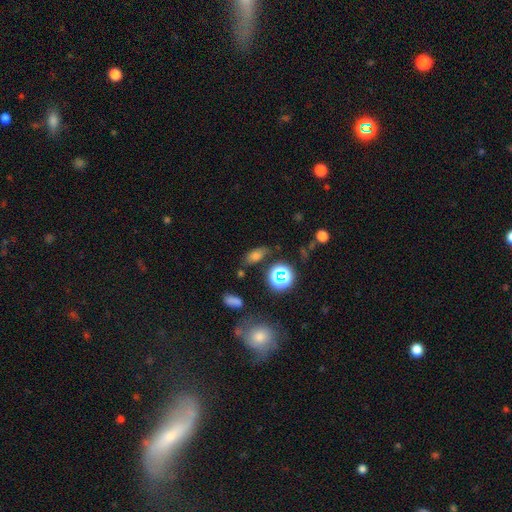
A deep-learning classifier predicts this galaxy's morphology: This appears to be a smooth galaxy with no disk features (61%) that is in between round and cigar-shaped (76%). Merging: none (74%).